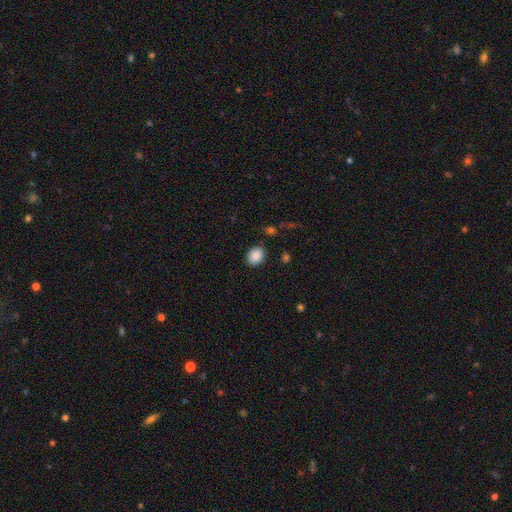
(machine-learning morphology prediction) A smooth galaxy with no disk features (88%) that is in between round and cigar-shaped (52%). Merging: none (88%).